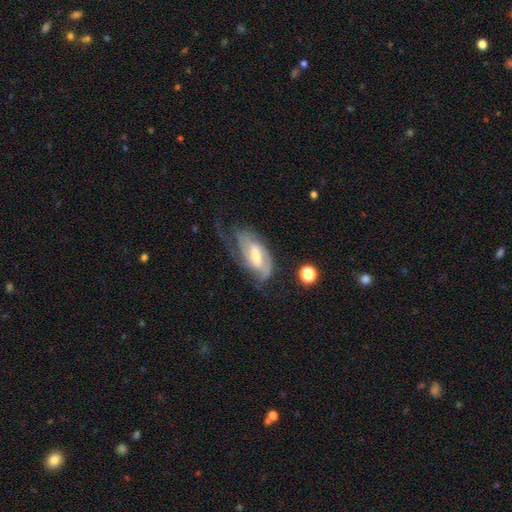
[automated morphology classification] A featured or disk galaxy (77%) with a weak bar (47%), 2 (49%) medium (42%) spiral arms (90%) and a moderate central bulge (58%).

Vote fractions:
- Smooth or featured? featured or disk: 77% / smooth: 16% / star or artifact: 6%
- Edge-on disk? no: 91% / yes: 9%
- Bar? weak: 47% / strong: 28% / no: 25%
- Spiral arms? yes: 90% / no: 10%
- Spiral winding? medium: 42% / tight: 37% / loose: 21%
- Spiral arm count? 2: 49% / can't tell: 25% / 1: 12% / 3: 9% / 4: 3% / more than 4: 2%
- Bulge size? moderate: 58% / small: 28% / large: 9% / none: 3% / dominant: 1%
- Merging? none: 41% / major disturbance: 32% / minor disturbance: 24% / merger: 3%